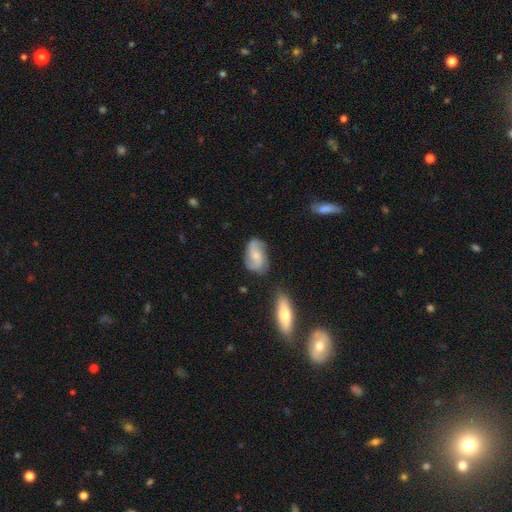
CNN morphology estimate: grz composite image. It shows a featured or disk galaxy (65%) with no bar (62%), 2 (67%) medium (44%) spiral arms (92%) and a small central bulge (43%). Merging: none (68%).